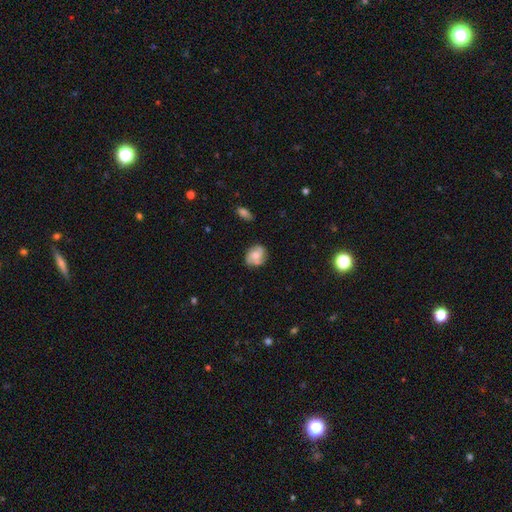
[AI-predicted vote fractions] Q: Smooth or featured?
A: featured or disk (54%); runner-up: smooth (38%)
Q: Edge-on disk?
A: no (97%); runner-up: yes (3%)
Q: Bar?
A: no (70%); runner-up: weak (26%)
Q: Spiral arms?
A: yes (84%); runner-up: no (16%)
Q: Bulge size?
A: moderate (58%); runner-up: small (31%)
Q: Merging?
A: none (71%); runner-up: minor disturbance (20%)